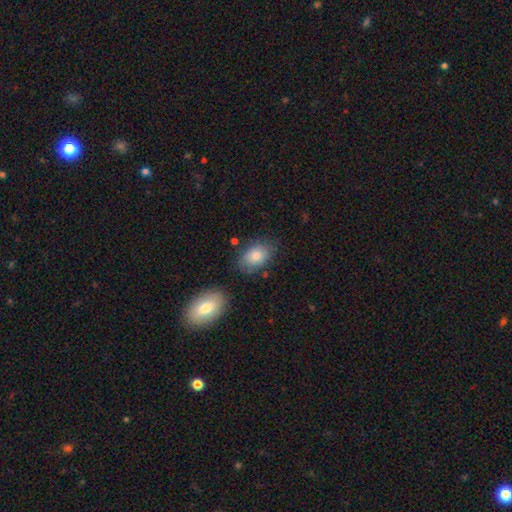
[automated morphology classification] Smooth or featured? Predicted: smooth (p=0.79). How rounded? Predicted: in between (p=0.87). Merging? Predicted: none (p=0.73).